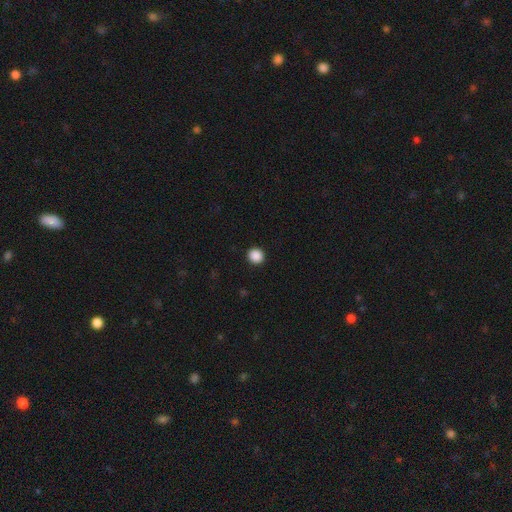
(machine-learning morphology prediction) type=smooth (88%); roundness=round (94%); merging=none (93%).